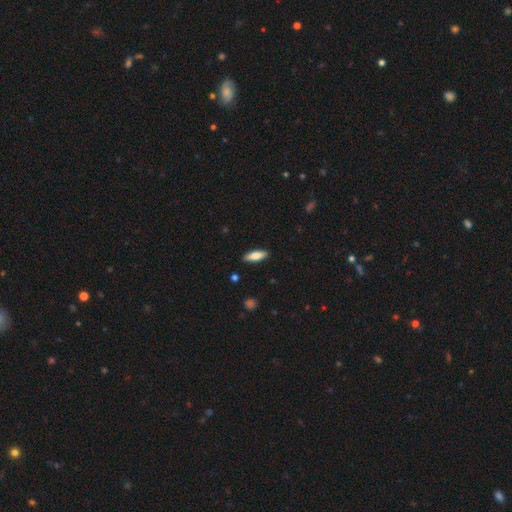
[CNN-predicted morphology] Smooth or featured? Predicted: smooth (p=0.76). How rounded? Predicted: in between (p=0.56). Merging? Predicted: none (p=0.89).